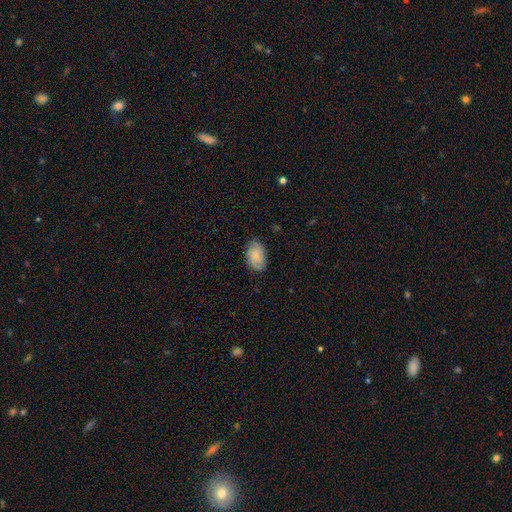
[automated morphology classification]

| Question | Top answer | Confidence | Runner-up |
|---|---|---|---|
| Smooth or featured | smooth | 67% | featured or disk (26%) |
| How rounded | in between | 88% | round (10%) |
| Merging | none | 77% | minor disturbance (18%) |